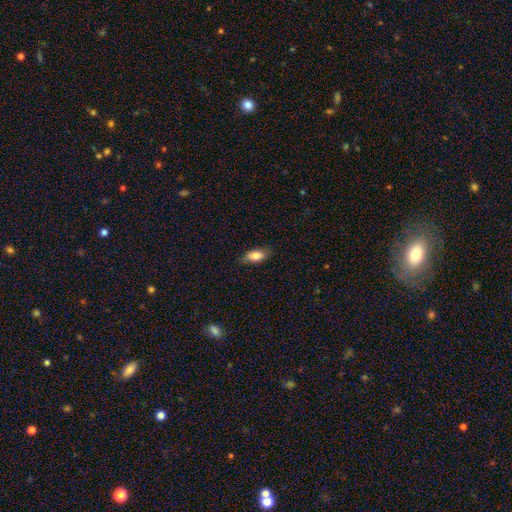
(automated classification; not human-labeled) The model was most divided on "merging": none: 82%, minor disturbance: 15%, major disturbance: 3%, merger: 1%. More confident: how rounded — in between (84%); smooth or featured — smooth (80%).